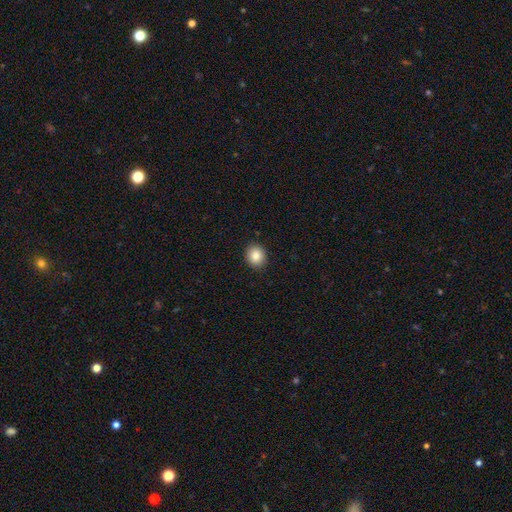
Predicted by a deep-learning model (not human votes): Overall: smooth (84%). How rounded: round (76%). Merging: none (91%).